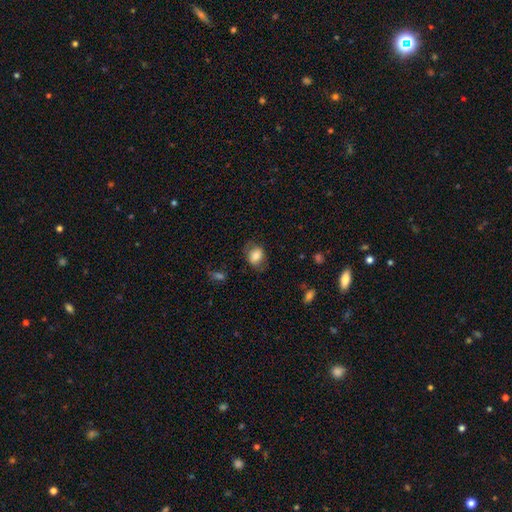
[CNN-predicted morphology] Smooth or featured? Predicted: smooth (p=0.78). How rounded? Predicted: in between (p=0.64). Merging? Predicted: none (p=0.68).